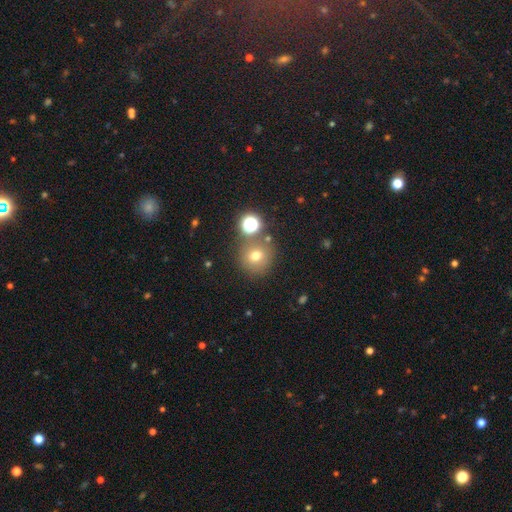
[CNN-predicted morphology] Smooth or featured? Predicted: smooth (p=0.69). How rounded? Predicted: round (p=0.90). Merging? Predicted: none (p=0.75).